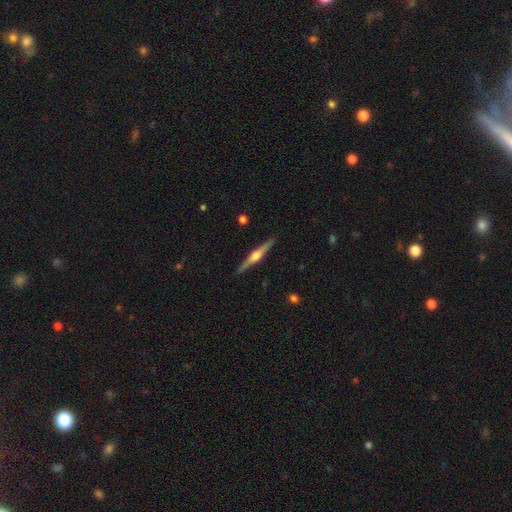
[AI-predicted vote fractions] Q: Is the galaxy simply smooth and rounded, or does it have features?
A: featured or disk — 79%.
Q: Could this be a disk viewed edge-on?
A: yes — 98%.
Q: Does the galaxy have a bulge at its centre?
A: rounded — 90%.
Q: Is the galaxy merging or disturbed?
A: none — 91%.